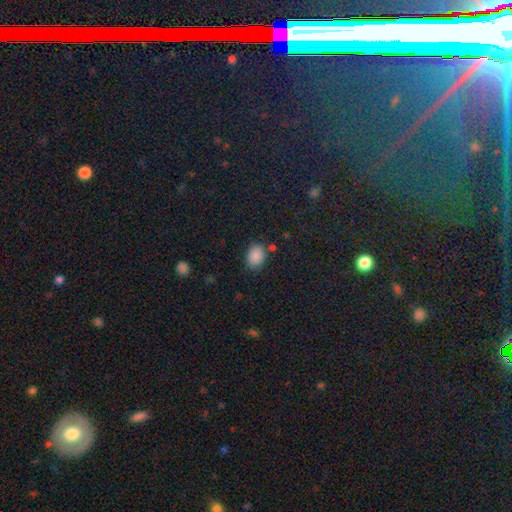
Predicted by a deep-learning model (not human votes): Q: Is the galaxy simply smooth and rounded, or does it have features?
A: smooth — 87%.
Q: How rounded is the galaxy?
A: in between — 62%.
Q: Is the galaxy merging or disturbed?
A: none — 78%.